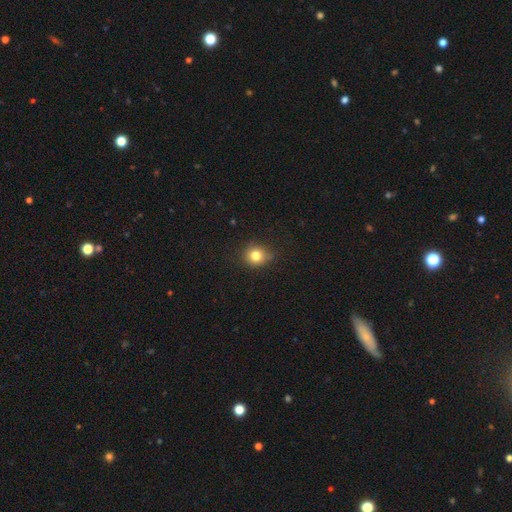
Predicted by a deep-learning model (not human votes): smooth_or_featured: smooth (p=0.80) [alt: star or artifact p=0.13]
how_rounded: round (p=0.82) [alt: in between p=0.17]
merging: none (p=0.76) [alt: minor disturbance p=0.19]